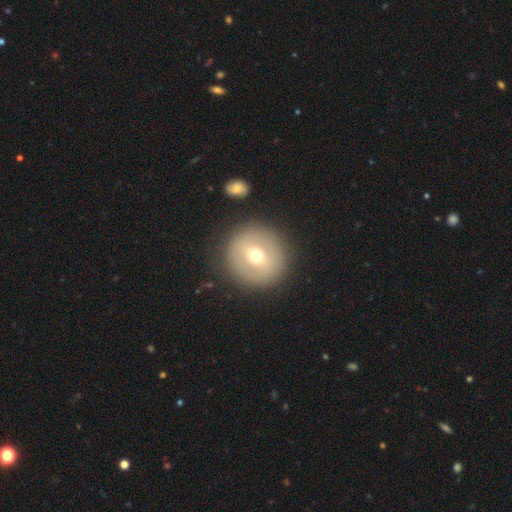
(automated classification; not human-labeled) Smooth or featured? Predicted: smooth (p=0.57). How rounded? Predicted: round (p=0.94). Merging? Predicted: none (p=0.88).